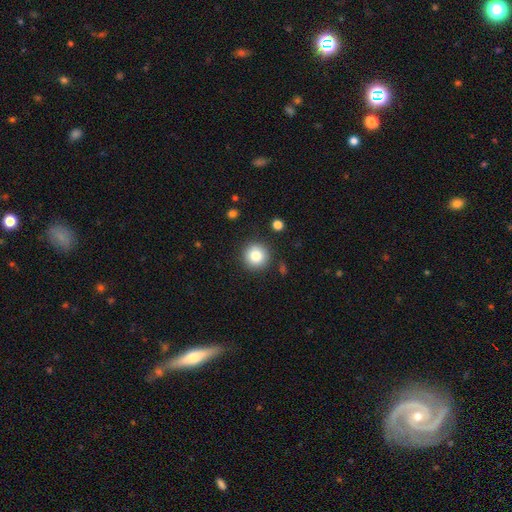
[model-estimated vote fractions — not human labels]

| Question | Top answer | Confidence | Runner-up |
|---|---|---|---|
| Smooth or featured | smooth | 83% | star or artifact (10%) |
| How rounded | round | 95% | in between (4%) |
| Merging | none | 89% | minor disturbance (7%) |